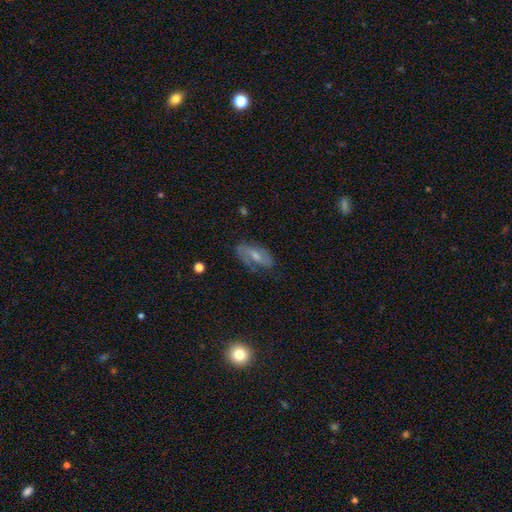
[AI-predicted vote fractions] Smooth or featured? featured or disk (59%)
Edge-on disk? no (91%)
Bar? weak (43%)
Spiral arms? yes (80%)
Bulge size? moderate (47%)
Merging? none (66%)